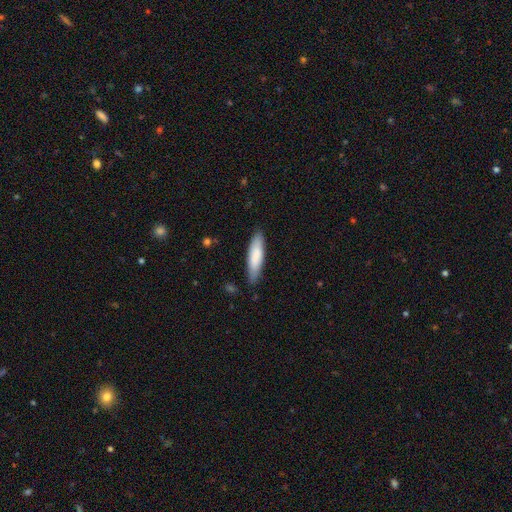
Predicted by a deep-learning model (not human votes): This appears to be a smooth galaxy with no disk features (81%) that is cigar-shaped (64%). Merging: none (84%).